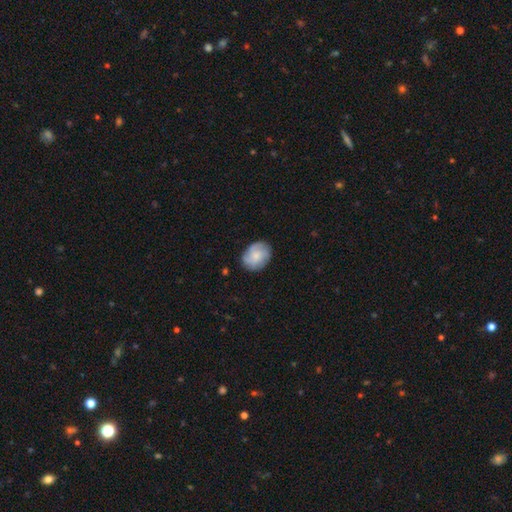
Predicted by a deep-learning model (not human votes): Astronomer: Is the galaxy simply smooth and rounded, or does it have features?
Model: smooth — 47% (runner-up: featured or disk, 46%).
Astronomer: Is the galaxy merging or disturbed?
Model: none — 79%.